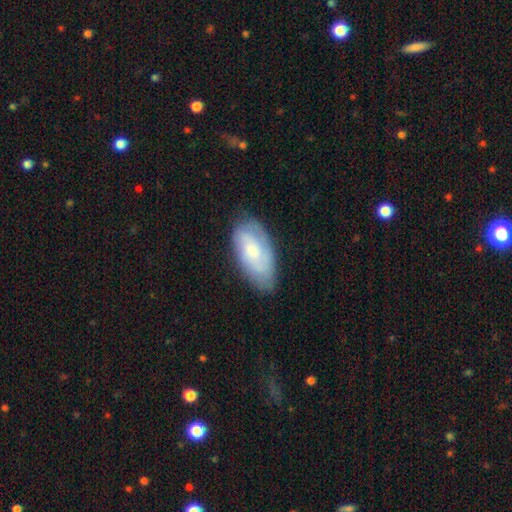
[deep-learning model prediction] This is possibly a smooth galaxy (51%). How rounded: clearly in between (91%). Merging: likely none (70%).